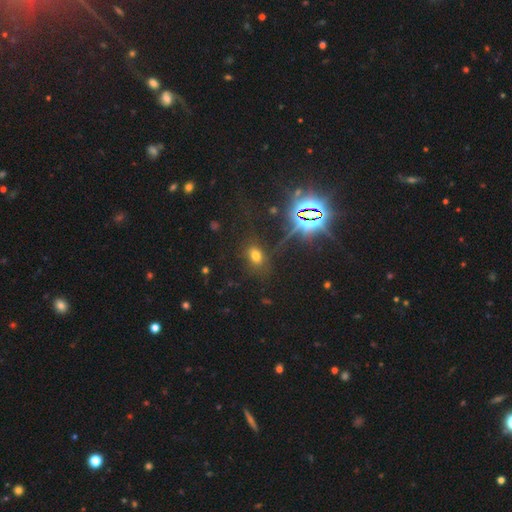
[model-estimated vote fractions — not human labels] This is possibly a smooth galaxy (60%). How rounded: likely in between (76%). Merging: likely none (77%).